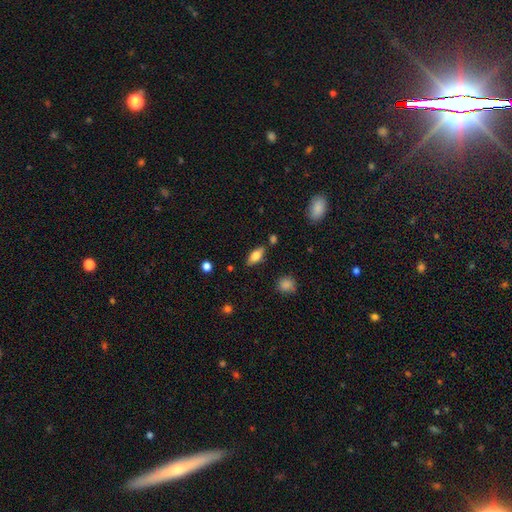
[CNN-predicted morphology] Overall: smooth (71%). How rounded: in between (82%). Merging: none (82%).